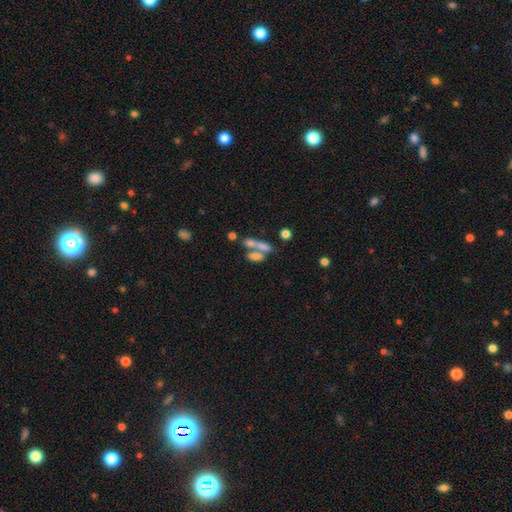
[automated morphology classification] Q: Smooth or featured?
A: smooth (68%); runner-up: featured or disk (21%)
Q: How rounded?
A: in between (64%); runner-up: cigar-shaped (29%)
Q: Merging?
A: merger (52%); runner-up: none (32%)